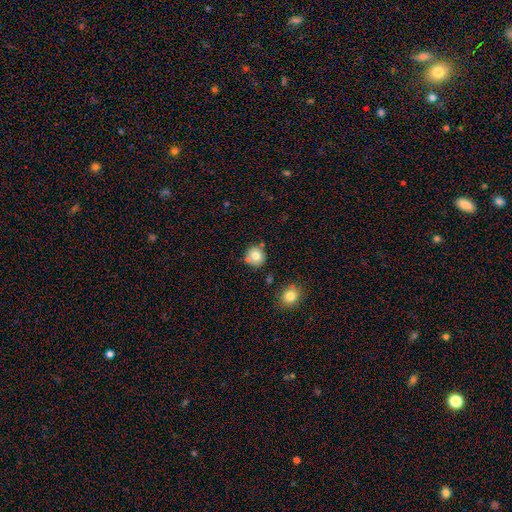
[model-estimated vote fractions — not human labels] Smooth or featured? Predicted: smooth (p=0.78). How rounded? Predicted: round (p=0.91). Merging? Predicted: none (p=0.75).